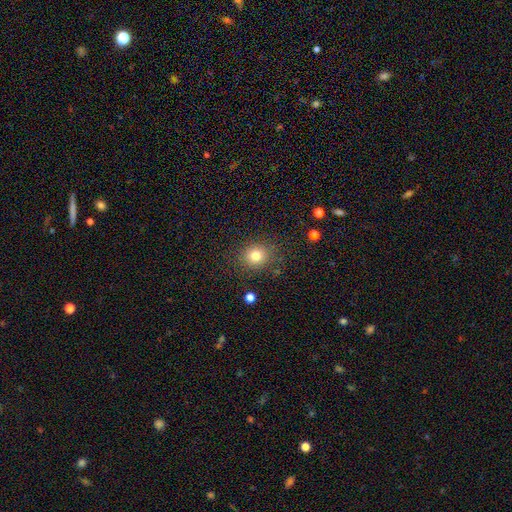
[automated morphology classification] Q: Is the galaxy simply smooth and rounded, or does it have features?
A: smooth — 80%.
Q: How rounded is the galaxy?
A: round — 79%.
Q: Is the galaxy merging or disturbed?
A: none — 84%.